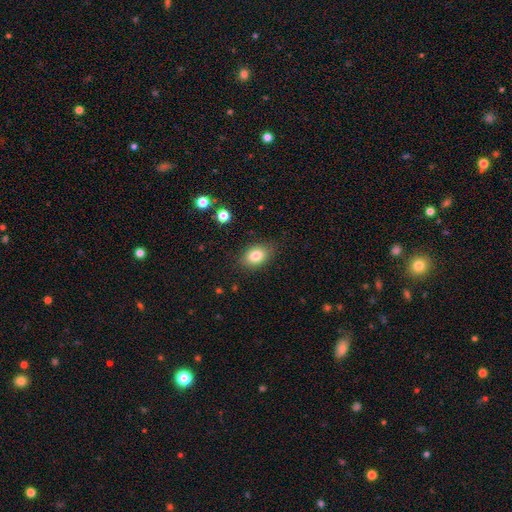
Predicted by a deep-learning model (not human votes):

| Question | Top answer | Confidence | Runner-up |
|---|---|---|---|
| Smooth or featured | smooth | 83% | star or artifact (9%) |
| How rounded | in between | 78% | round (20%) |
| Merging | none | 82% | minor disturbance (13%) |